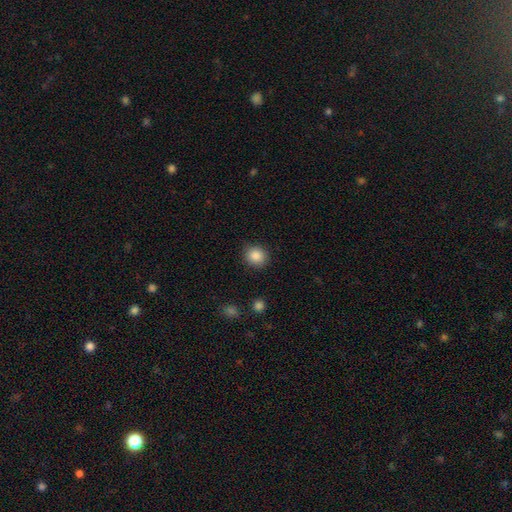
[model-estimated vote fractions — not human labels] A smooth galaxy with no disk features (87%) that is round (84%).

Vote fractions:
- Smooth or featured? smooth: 87% / star or artifact: 9% / featured or disk: 4%
- How rounded? round: 84% / in between: 15% / cigar-shaped: 1%
- Merging? none: 88% / minor disturbance: 8% / major disturbance: 2% / merger: 1%